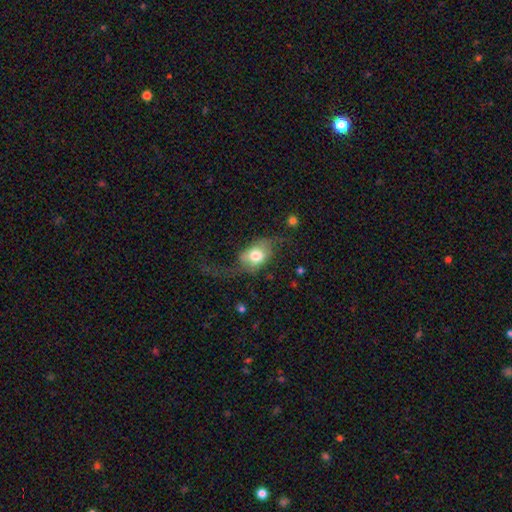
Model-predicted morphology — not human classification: smooth 60%, featured or disk 32%, star or artifact 7%. Down the decision tree: how rounded — in between (75%); merging — major disturbance (44%).